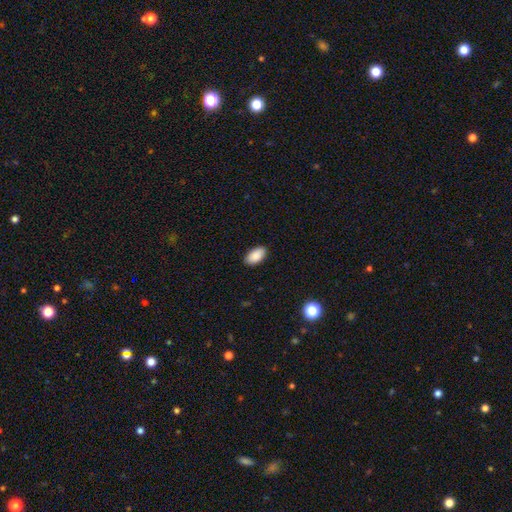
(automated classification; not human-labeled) Overall: smooth (89%). How rounded: in between (95%). Merging: none (89%).